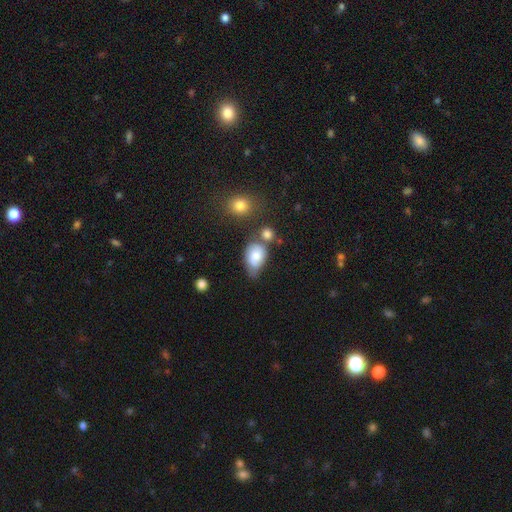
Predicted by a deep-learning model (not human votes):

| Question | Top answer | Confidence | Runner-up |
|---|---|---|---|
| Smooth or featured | smooth | 68% | featured or disk (23%) |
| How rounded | in between | 80% | round (19%) |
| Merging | none | 34% | minor disturbance (32%) |